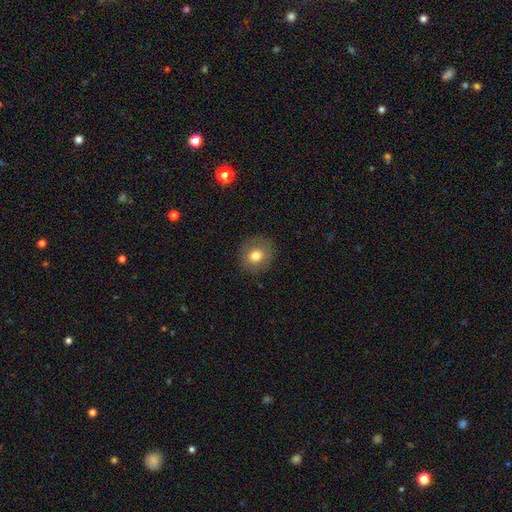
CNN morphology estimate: The model was most divided on "smooth or featured": smooth: 76%, featured or disk: 15%, star or artifact: 10%. More confident: merging — none (86%); how rounded — round (81%).